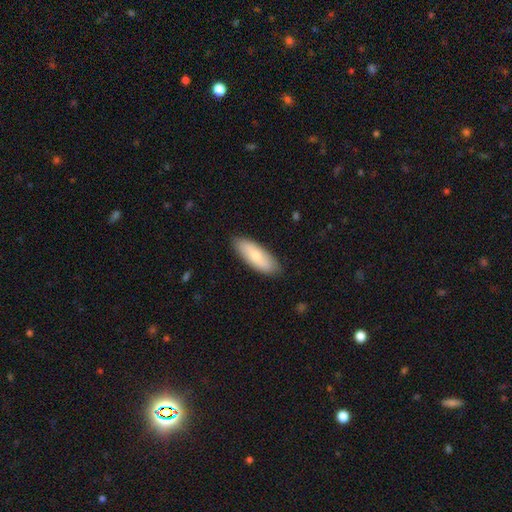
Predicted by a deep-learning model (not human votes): A smooth galaxy with no disk features (72%) that is in between round and cigar-shaped (70%). Merging: none (87%).